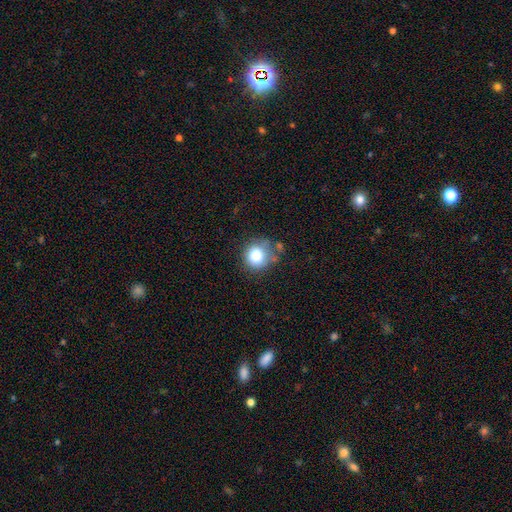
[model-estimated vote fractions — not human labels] Smooth or featured?
  - smooth: 81% *
  - star or artifact: 10%
  - featured or disk: 9%
How rounded?
  - round: 87% *
  - in between: 12%
  - cigar-shaped: 1%
Merging?
  - none: 62% *
  - minor disturbance: 22%
  - major disturbance: 8%
  - merger: 7%